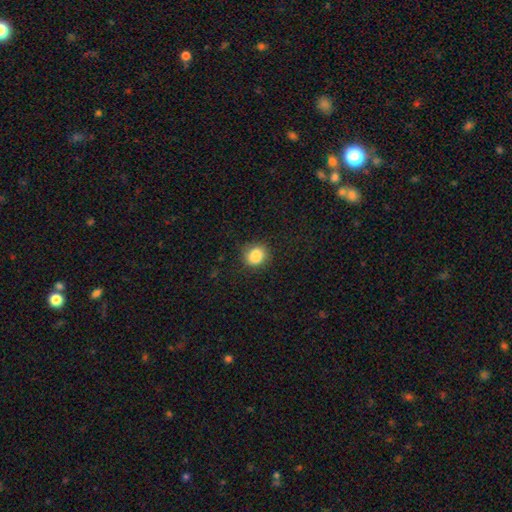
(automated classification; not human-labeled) smooth 84%, star or artifact 10%, featured or disk 6%. Down the decision tree: how rounded — round (73%); merging — none (73%).